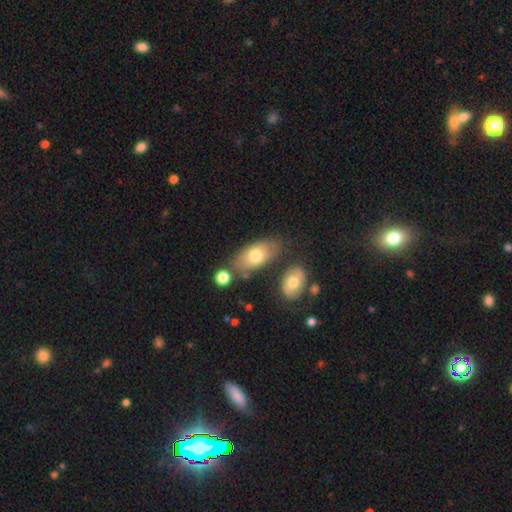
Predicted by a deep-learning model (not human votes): This is likely a smooth galaxy (70%). How rounded: clearly in between (90%). Merging: likely none (65%).